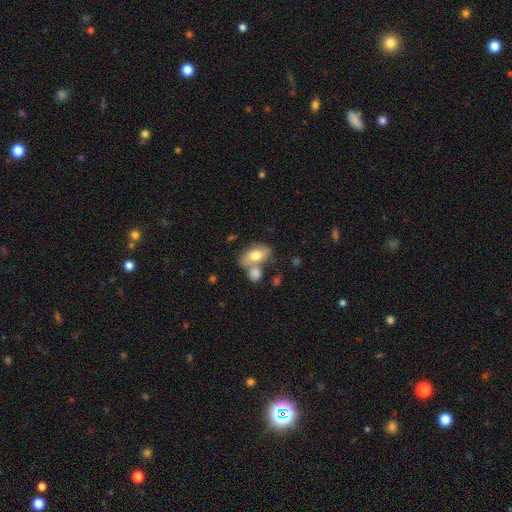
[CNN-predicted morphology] Overall: smooth (73%). How rounded: in between (88%). Merging: none (44%; merger 37%).